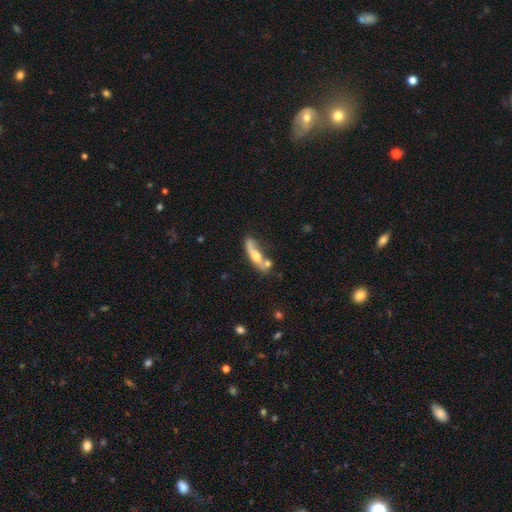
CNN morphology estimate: smooth_or_featured: smooth (p=0.48) [alt: featured or disk p=0.46]
merging: none (p=0.46) [alt: merger p=0.22]